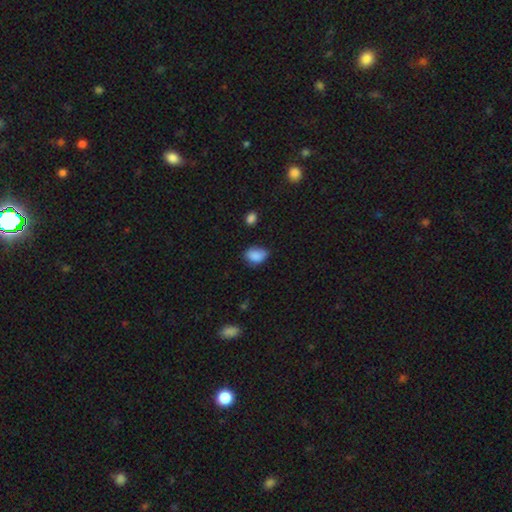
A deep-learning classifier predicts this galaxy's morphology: Smooth or featured? Predicted: smooth (p=0.86). How rounded? Predicted: in between (p=0.78). Merging? Predicted: none (p=0.57).